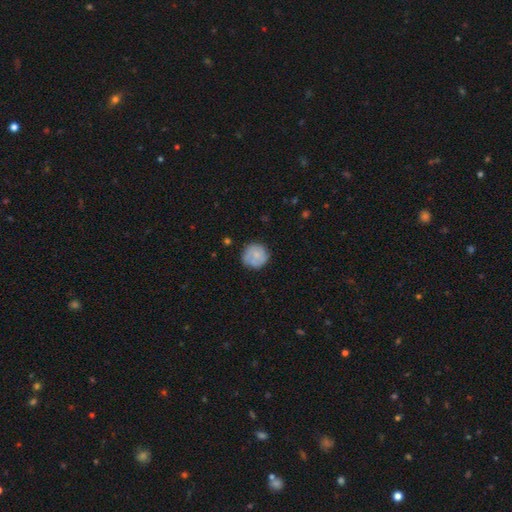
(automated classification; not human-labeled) This is likely a smooth galaxy (67%). How rounded: clearly round (91%). Merging: likely none (75%).